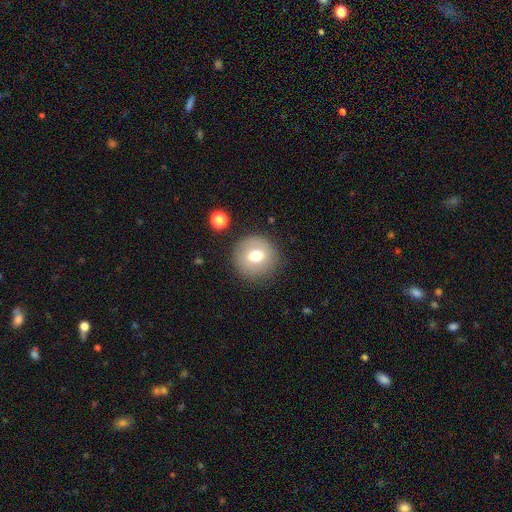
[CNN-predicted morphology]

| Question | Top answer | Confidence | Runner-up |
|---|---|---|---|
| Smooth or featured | smooth | 70% | featured or disk (20%) |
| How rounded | round | 92% | in between (7%) |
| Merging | none | 85% | minor disturbance (9%) |